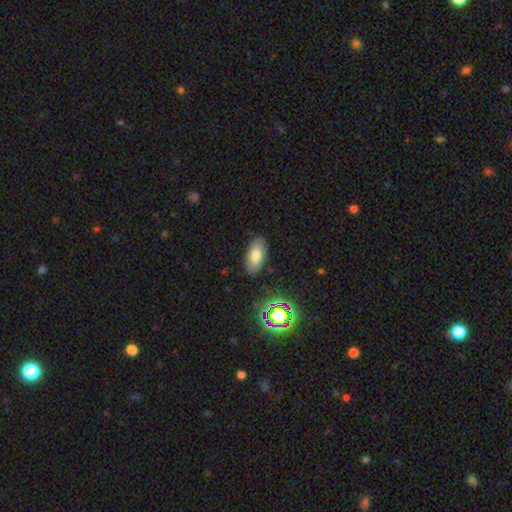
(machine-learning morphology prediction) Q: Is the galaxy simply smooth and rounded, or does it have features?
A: smooth — 74%.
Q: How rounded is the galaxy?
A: in between — 92%.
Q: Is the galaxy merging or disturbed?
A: none — 85%.